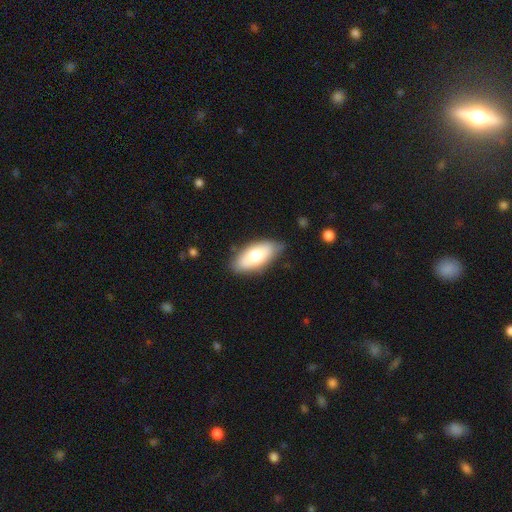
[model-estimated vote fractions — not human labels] Q: Smooth or featured?
A: smooth (69%); runner-up: featured or disk (25%)
Q: How rounded?
A: in between (88%); runner-up: cigar-shaped (9%)
Q: Merging?
A: none (79%); runner-up: minor disturbance (16%)